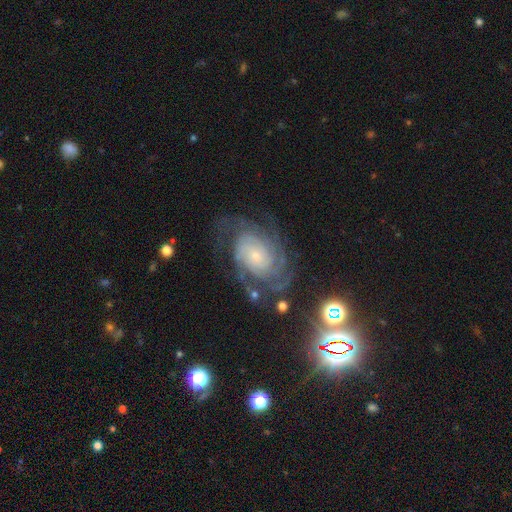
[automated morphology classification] Overall: featured or disk (87%). Edge-on disk: no (97%). Bar: no (75%). Spiral arms: yes (97%). Spiral arm count: can't tell (28%; 4 20%). Spiral winding: tight (70%). Bulge size: small (74%). Merging: none (66%).